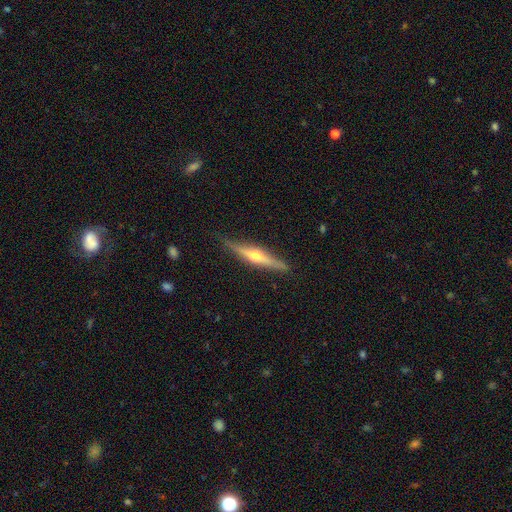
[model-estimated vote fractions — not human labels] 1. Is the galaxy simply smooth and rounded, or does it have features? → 71% featured or disk, 23% smooth, 6% star or artifact.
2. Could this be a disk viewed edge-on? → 97% yes, 3% no.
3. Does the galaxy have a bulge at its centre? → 92% rounded, 5% none, 3% boxy.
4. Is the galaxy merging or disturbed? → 86% none, 10% minor disturbance, 2% major disturbance, 1% merger.